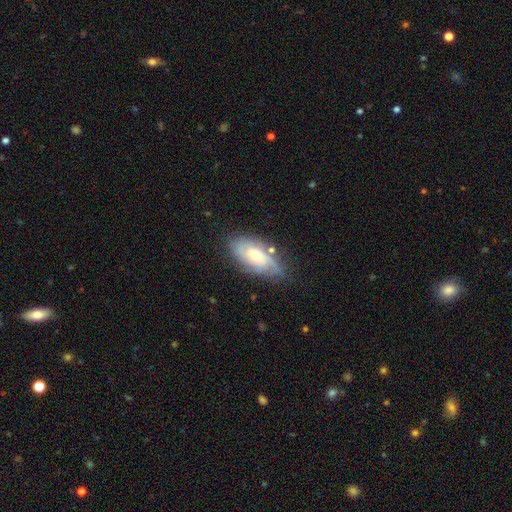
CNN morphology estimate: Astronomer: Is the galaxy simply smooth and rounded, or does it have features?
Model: featured or disk — 66%.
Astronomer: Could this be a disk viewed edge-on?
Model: no — 92%.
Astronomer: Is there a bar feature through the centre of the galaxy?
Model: no — 70%.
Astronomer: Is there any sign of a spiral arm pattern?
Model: yes — 89%.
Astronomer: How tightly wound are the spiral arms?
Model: tight — 52% (runner-up: medium, 35%).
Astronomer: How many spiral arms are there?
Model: can't tell — 39% (runner-up: 2, 29%).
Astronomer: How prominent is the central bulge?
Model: moderate — 48% (runner-up: small, 46%).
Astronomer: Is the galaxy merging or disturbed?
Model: none — 68%.